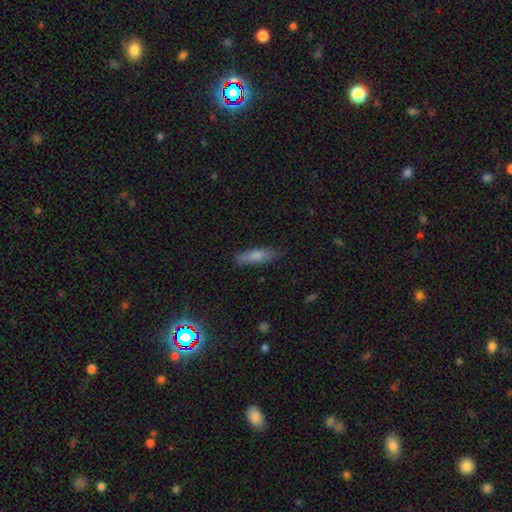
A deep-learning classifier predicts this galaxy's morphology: smooth 74%, featured or disk 18%, star or artifact 7%. Down the decision tree: how rounded — cigar-shaped (65%); merging — none (81%).